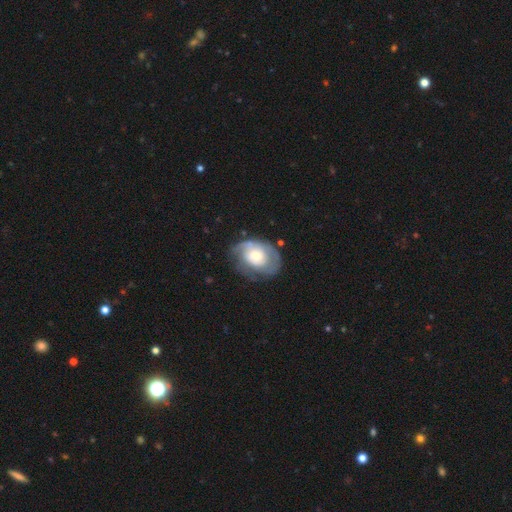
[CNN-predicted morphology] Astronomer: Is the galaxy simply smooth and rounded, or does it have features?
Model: featured or disk — 59% (runner-up: smooth, 35%).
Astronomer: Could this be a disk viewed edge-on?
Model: no — 96%.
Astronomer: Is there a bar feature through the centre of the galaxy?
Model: no — 77%.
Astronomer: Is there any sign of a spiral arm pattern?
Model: yes — 72%.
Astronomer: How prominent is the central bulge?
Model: moderate — 49%.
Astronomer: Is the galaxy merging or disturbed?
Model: none — 56%.